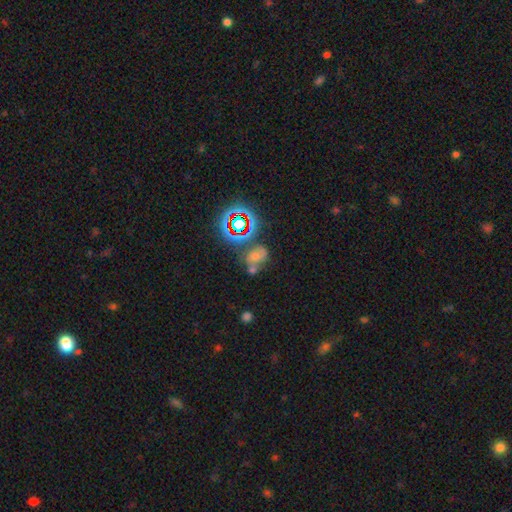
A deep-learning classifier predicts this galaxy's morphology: type=smooth (45%); merging=none (36%).